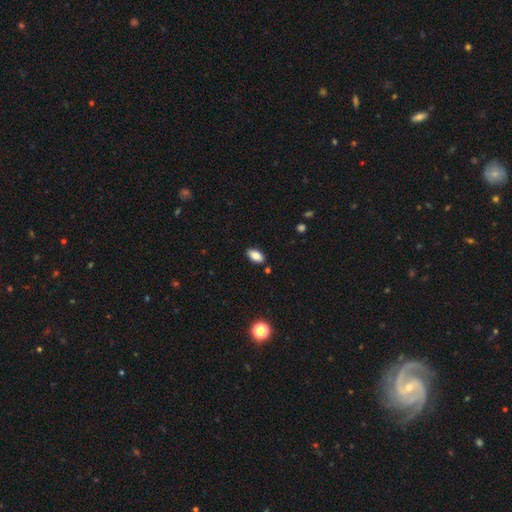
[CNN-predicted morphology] Overall: smooth (83%). How rounded: in between (91%). Merging: none (87%).